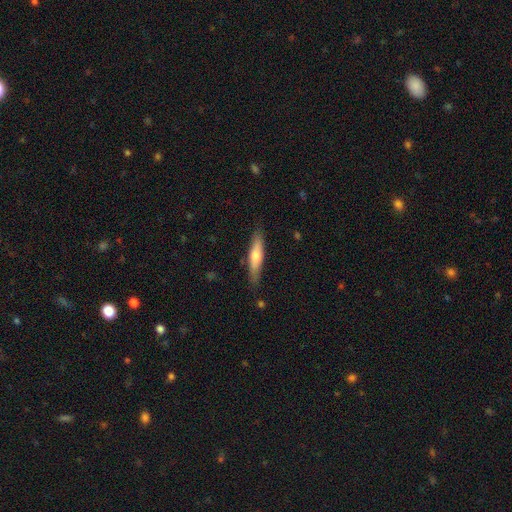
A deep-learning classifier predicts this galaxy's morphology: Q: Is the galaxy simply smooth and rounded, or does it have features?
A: smooth — 59%.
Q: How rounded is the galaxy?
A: cigar-shaped — 78%.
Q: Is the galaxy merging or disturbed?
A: none — 83%.